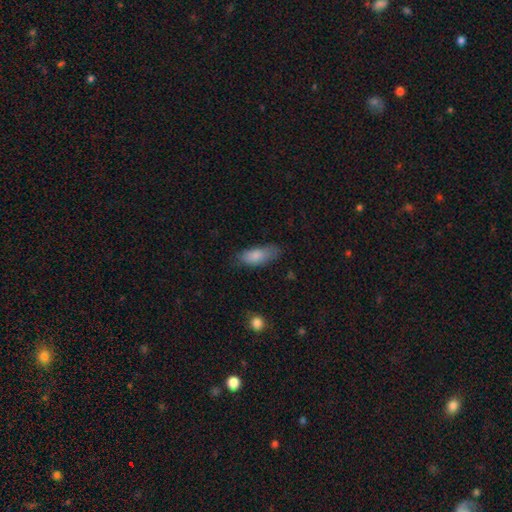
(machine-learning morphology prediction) smooth 84%, featured or disk 9%, star or artifact 7%. Down the decision tree: how rounded — in between (79%); merging — none (67%).